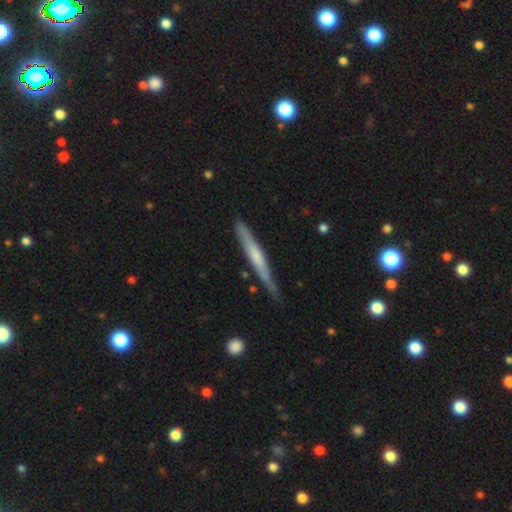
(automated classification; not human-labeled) Morphology: type=featured or disk (51%); edge-on=yes (94%); merging=none (77%).